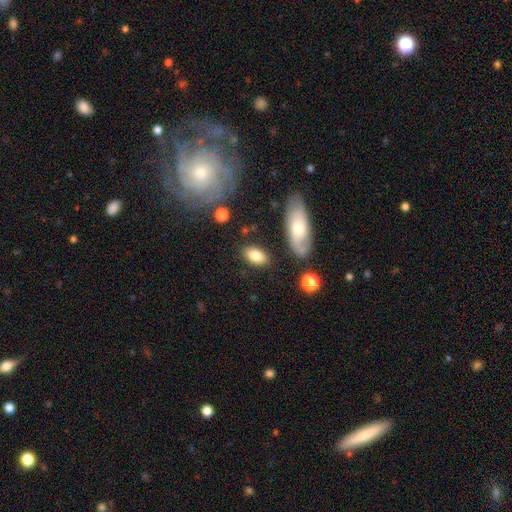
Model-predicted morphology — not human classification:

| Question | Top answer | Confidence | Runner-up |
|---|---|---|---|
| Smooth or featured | smooth | 81% | featured or disk (11%) |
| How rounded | in between | 91% | round (6%) |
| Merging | none | 80% | minor disturbance (12%) |